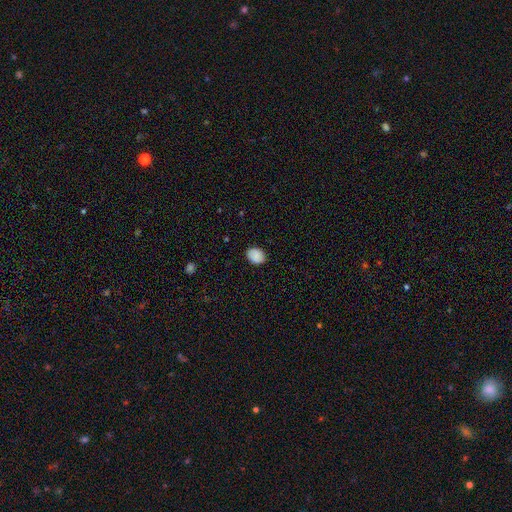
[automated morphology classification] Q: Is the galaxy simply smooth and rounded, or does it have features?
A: smooth — 88%.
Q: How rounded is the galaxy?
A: in between — 62%.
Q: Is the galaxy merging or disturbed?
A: none — 85%.